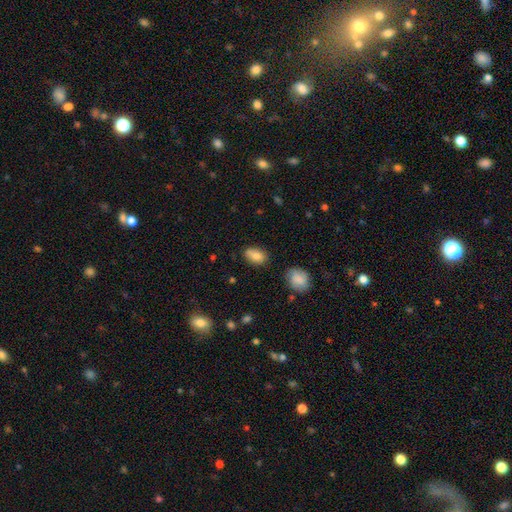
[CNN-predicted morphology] Overall: smooth (82%). How rounded: in between (88%). Merging: none (73%).